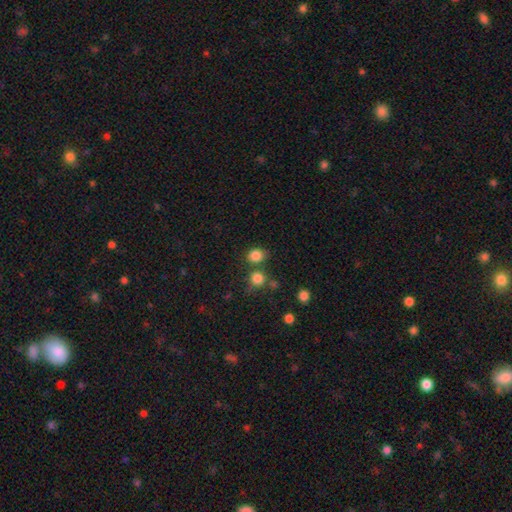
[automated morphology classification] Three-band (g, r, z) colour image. It shows a smooth galaxy with no disk features (83%) that is round (74%). Merging: none (69%).